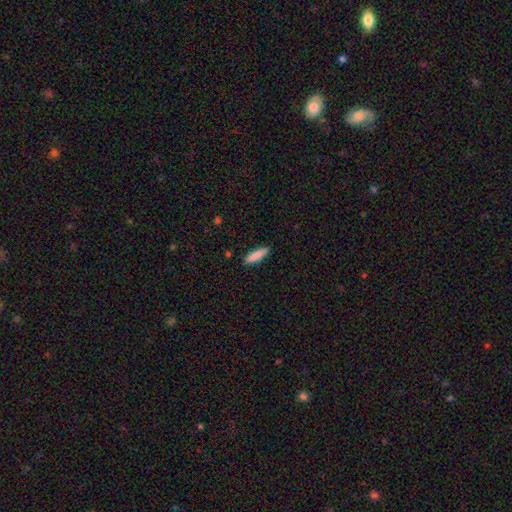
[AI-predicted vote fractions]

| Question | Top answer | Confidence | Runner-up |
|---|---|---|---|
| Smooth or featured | smooth | 86% | featured or disk (8%) |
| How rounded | cigar-shaped | 76% | in between (23%) |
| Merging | none | 88% | minor disturbance (9%) |